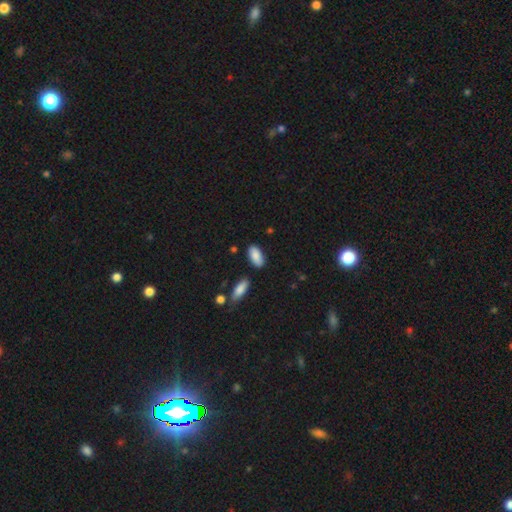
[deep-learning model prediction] smooth 86%, featured or disk 7%, star or artifact 6%. Down the decision tree: how rounded — in between (91%); merging — none (81%).